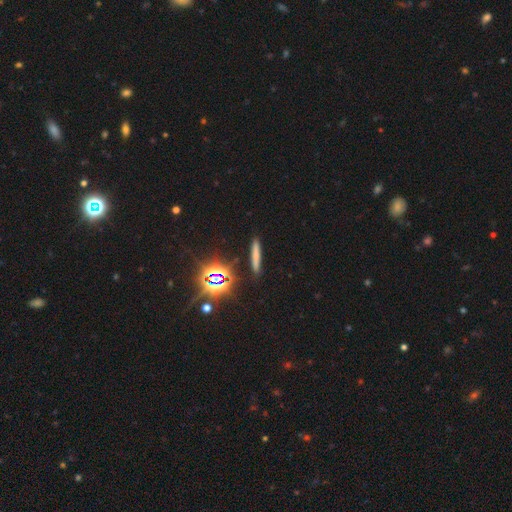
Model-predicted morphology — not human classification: This appears to be a smooth galaxy with no disk features (61%) that is cigar-shaped (92%). Merging: none (89%).